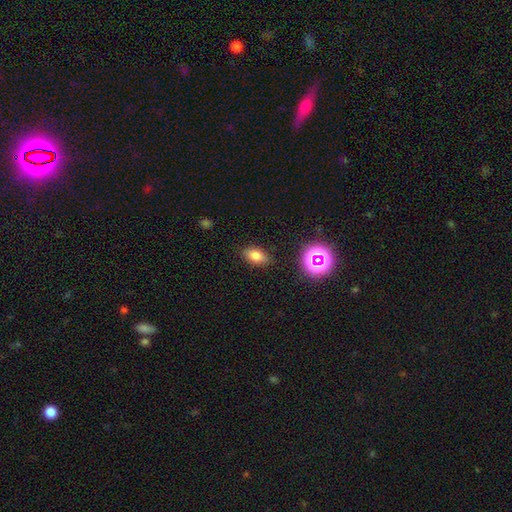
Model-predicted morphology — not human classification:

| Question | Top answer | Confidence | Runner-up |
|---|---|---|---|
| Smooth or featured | smooth | 75% | star or artifact (15%) |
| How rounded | in between | 86% | round (11%) |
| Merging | none | 85% | minor disturbance (11%) |